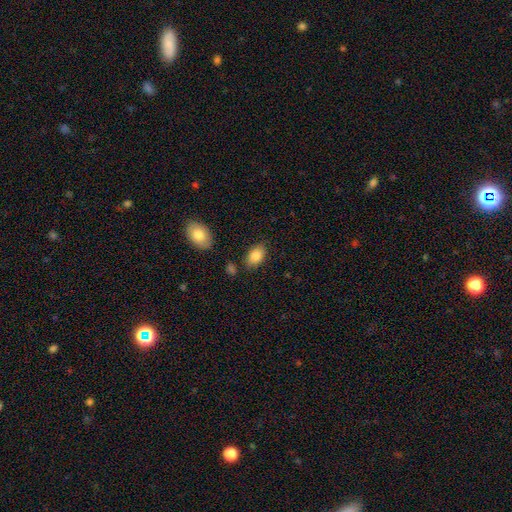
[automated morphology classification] smooth_or_featured: smooth (p=0.85) [alt: featured or disk p=0.08]
how_rounded: in between (p=0.90) [alt: round p=0.08]
merging: none (p=0.80) [alt: minor disturbance p=0.13]